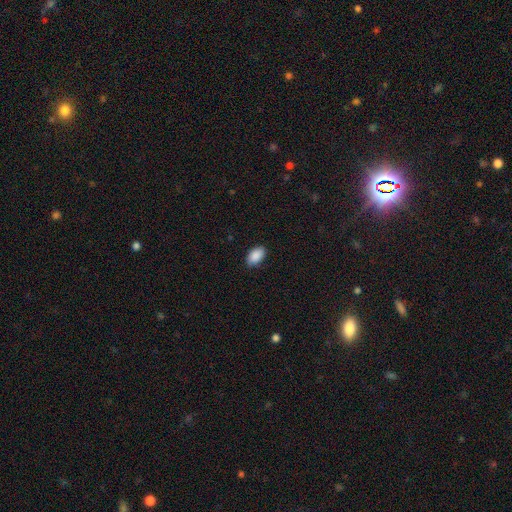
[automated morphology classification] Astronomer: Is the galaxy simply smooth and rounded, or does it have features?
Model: smooth — 90%.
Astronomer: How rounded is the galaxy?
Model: in between — 94%.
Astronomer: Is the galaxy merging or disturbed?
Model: none — 87%.